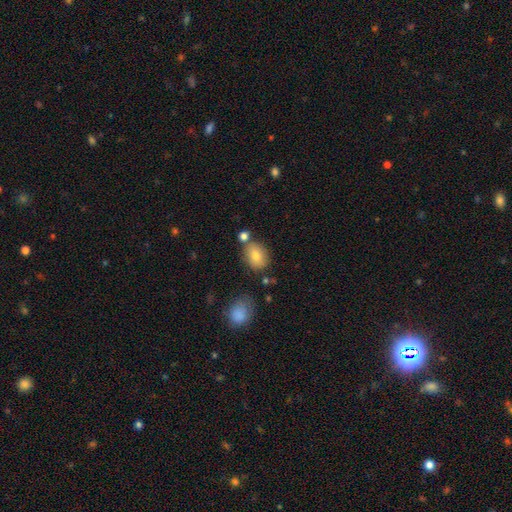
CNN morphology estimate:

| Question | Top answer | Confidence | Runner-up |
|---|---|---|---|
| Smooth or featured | smooth | 78% | featured or disk (12%) |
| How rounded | round | 53% | in between (46%) |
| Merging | none | 71% | minor disturbance (13%) |